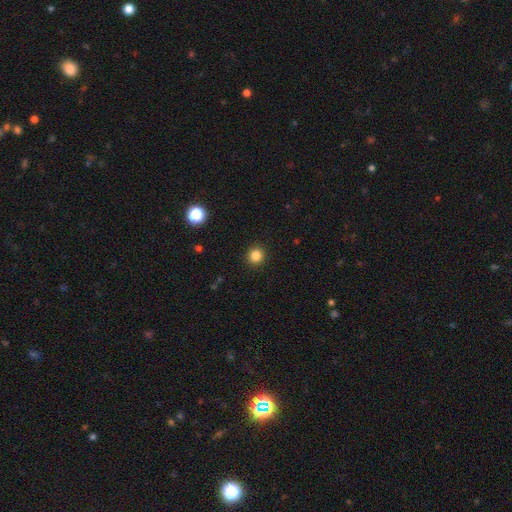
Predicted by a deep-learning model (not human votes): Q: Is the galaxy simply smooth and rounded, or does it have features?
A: smooth — 84%.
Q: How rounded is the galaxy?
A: round — 93%.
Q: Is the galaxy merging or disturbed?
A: none — 92%.